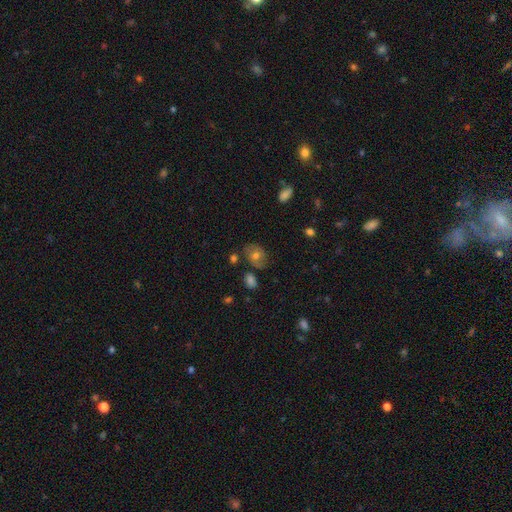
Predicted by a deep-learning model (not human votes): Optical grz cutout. It shows a smooth galaxy with no disk features (58%) that is in between round and cigar-shaped (61%). Merging: none (70%).